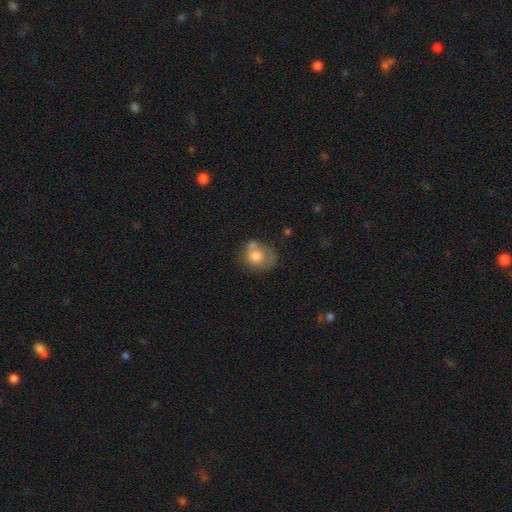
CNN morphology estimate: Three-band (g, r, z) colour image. It shows a smooth galaxy with no disk features (70%) that is round (64%). Merging: none (36%).